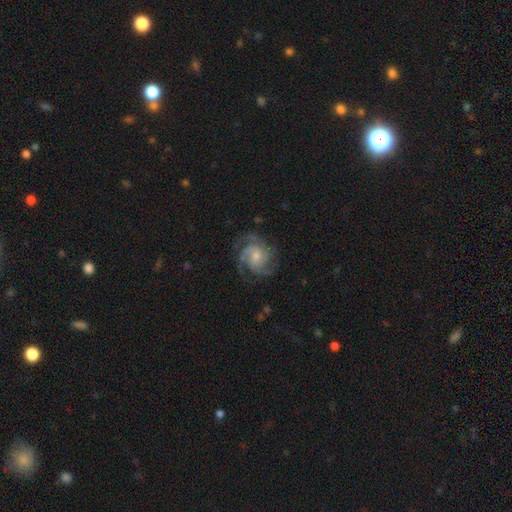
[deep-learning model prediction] Smooth or featured?
  - featured or disk: 88% *
  - smooth: 7%
  - star or artifact: 5%
Edge-on disk?
  - no: 98% *
  - yes: 2%
Bar?
  - no: 62% *
  - weak: 33%
  - strong: 5%
Spiral arms?
  - yes: 98% *
  - no: 2%
Spiral winding?
  - tight: 46% *
  - medium: 45%
  - loose: 9%
Spiral arm count?
  - 3: 48% *
  - 4: 17%
  - 2: 14%
  - can't tell: 11%
  - 1: 5%
  - more than 4: 5%
Bulge size?
  - small: 46% *
  - moderate: 45%
  - large: 4%
  - none: 4%
  - dominant: 1%
Merging?
  - none: 72% *
  - minor disturbance: 17%
  - major disturbance: 10%
  - merger: 1%